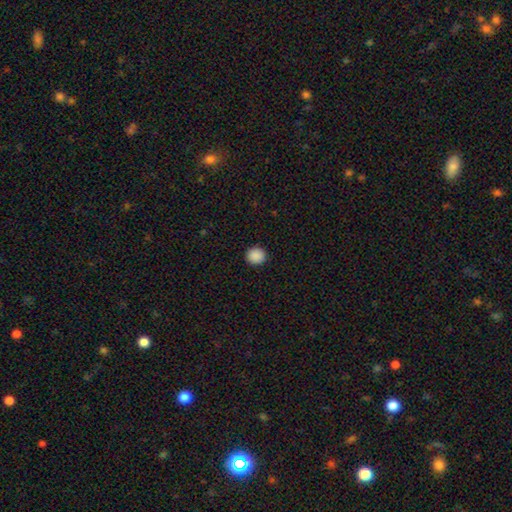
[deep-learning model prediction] This appears to be a smooth galaxy with no disk features (89%) that is round (86%). Merging: none (92%).